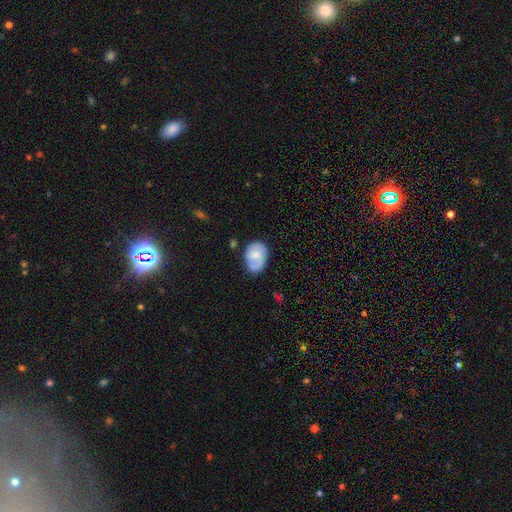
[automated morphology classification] A smooth galaxy with no disk features (57%) that is in between round and cigar-shaped (72%). Merging: none (51%).